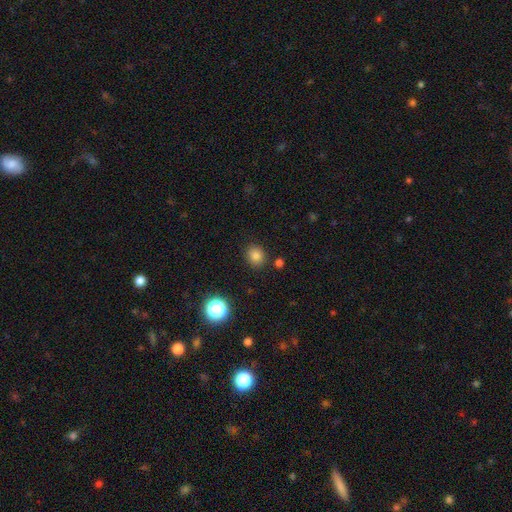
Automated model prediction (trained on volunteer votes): A smooth galaxy with no disk features (80%) that is round (73%). Merging: none (85%).